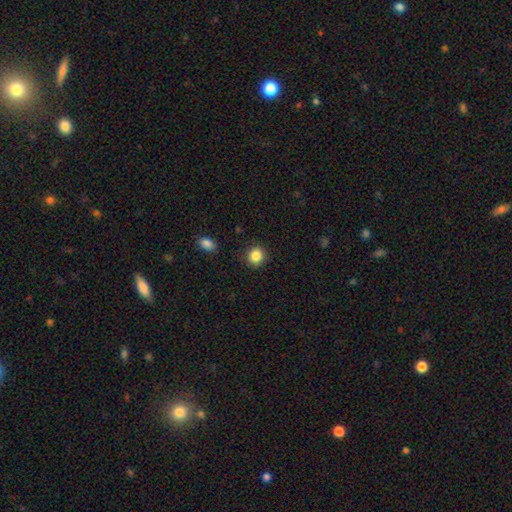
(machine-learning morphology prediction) type=smooth (86%); roundness=round (87%); merging=none (89%).